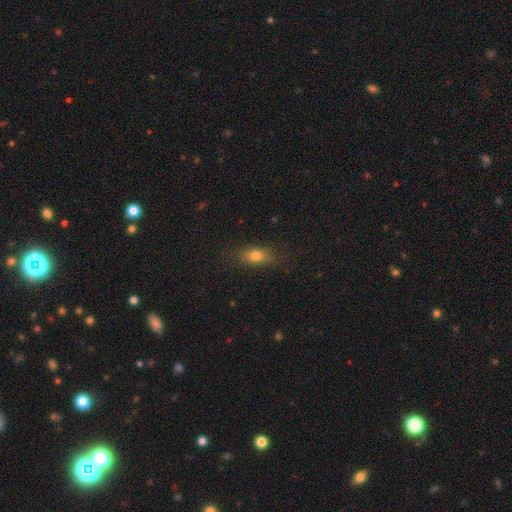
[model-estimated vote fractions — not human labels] Smooth or featured? Predicted: smooth (p=0.78). How rounded? Predicted: in between (p=0.74). Merging? Predicted: none (p=0.81).